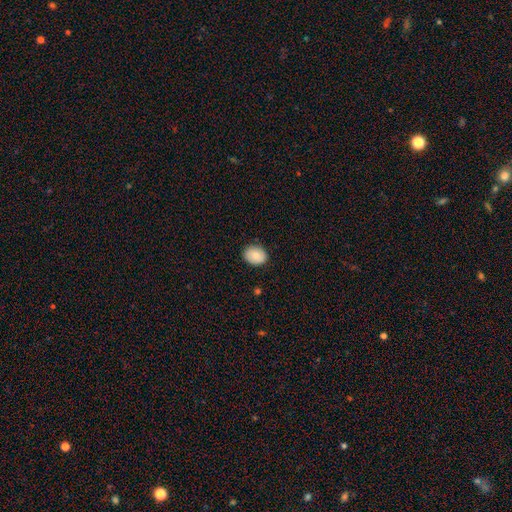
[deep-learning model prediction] Overall: smooth (86%). How rounded: in between (54%; round 45%). Merging: none (86%).